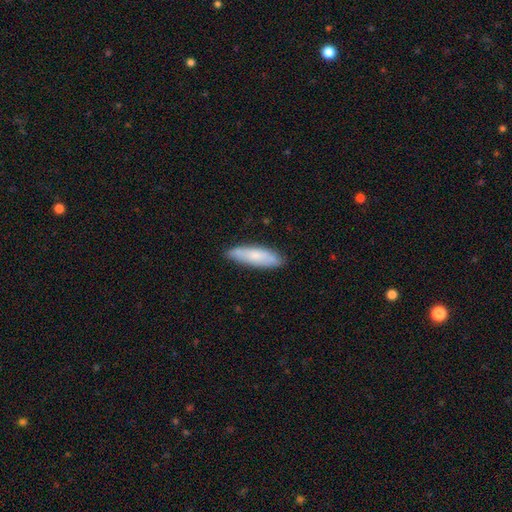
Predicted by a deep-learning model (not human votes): Smooth or featured? Predicted: smooth (p=0.73). How rounded? Predicted: cigar-shaped (p=0.60). Merging? Predicted: none (p=0.84).